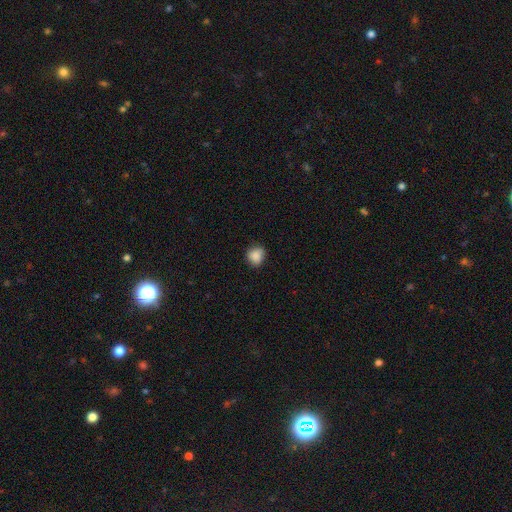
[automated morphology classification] Smooth or featured? Predicted: smooth (p=0.87). How rounded? Predicted: round (p=0.74). Merging? Predicted: none (p=0.75).